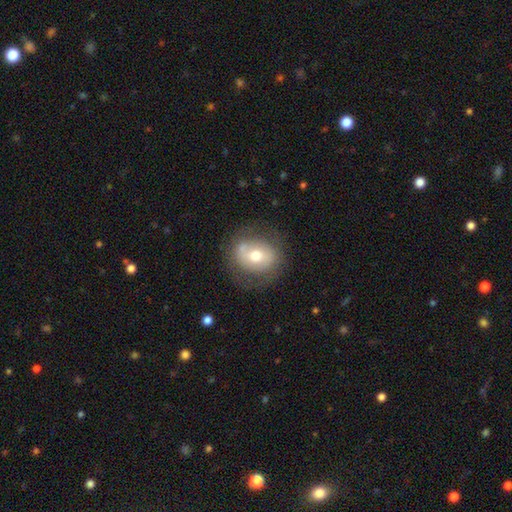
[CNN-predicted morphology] Overall: smooth (51%; featured or disk 40%). How rounded: round (61%; in between 38%). Merging: none (72%).